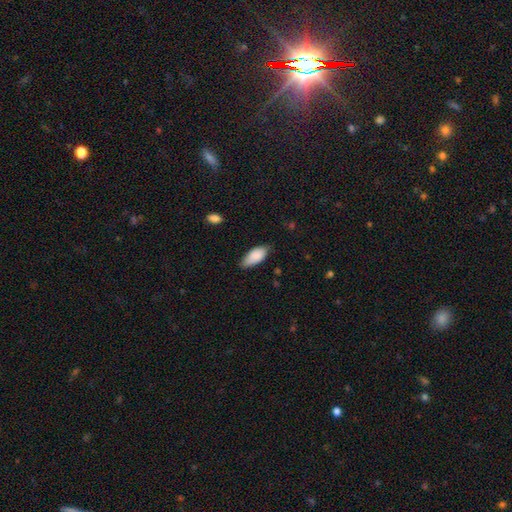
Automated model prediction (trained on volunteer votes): Overall: smooth (87%). How rounded: in between (88%). Merging: none (70%).